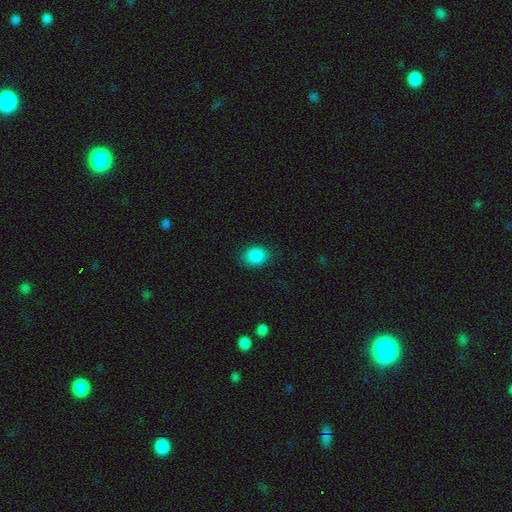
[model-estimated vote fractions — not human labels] Smooth or featured: smooth — 88% (star or artifact — 9%)
How rounded: in between — 52% (round — 47%)
Merging: none — 86% (minor disturbance — 10%)